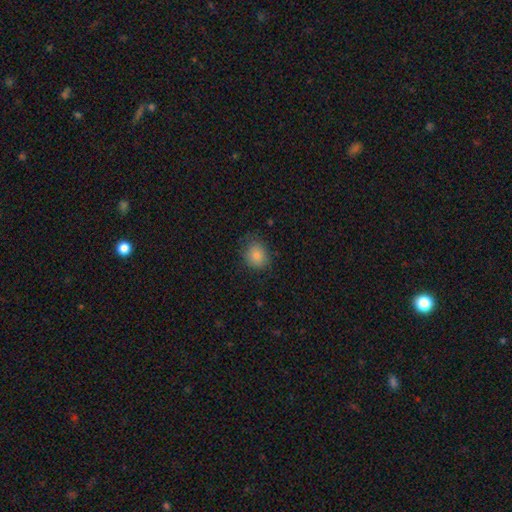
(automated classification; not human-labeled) The model was most divided on "how rounded": round: 61%, in between: 39%, cigar-shaped: 1%. More confident: smooth or featured — smooth (82%); merging — none (75%).